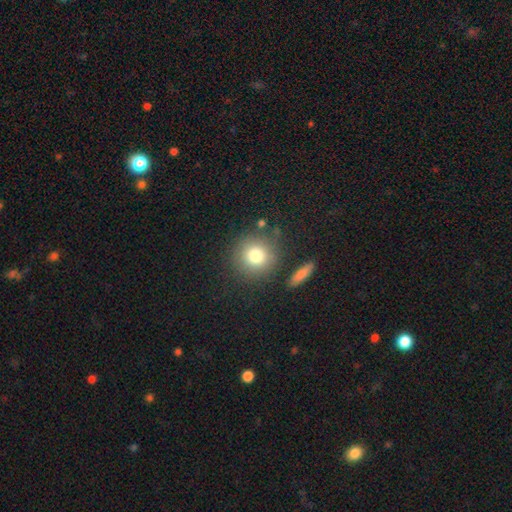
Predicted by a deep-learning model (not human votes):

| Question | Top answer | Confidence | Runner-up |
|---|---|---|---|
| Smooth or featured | smooth | 78% | star or artifact (11%) |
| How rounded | round | 91% | in between (8%) |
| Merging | none | 81% | minor disturbance (10%) |